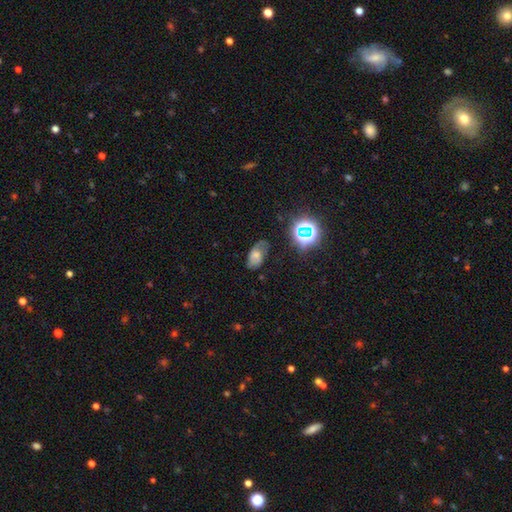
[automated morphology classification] Smooth or featured?
  - smooth: 49% *
  - featured or disk: 32%
  - star or artifact: 19%
Merging?
  - none: 58% *
  - minor disturbance: 28%
  - major disturbance: 12%
  - merger: 2%